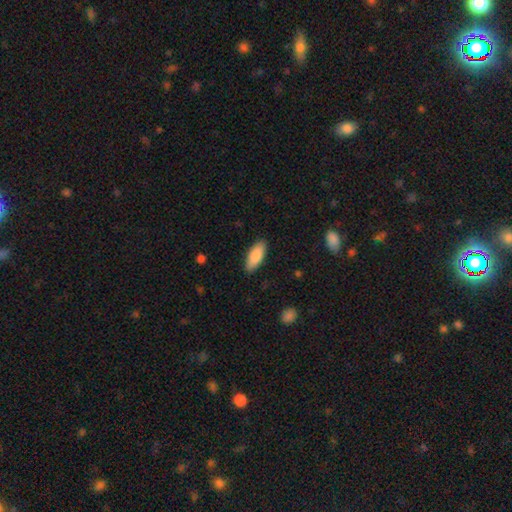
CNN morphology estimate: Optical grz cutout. It shows a smooth galaxy with no disk features (86%) that is in between round and cigar-shaped (80%). Merging: none (88%).